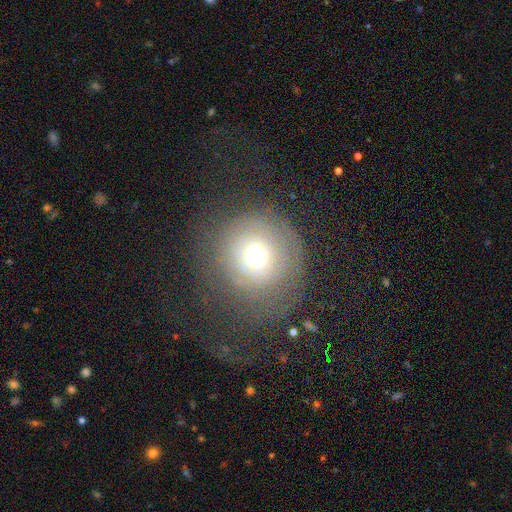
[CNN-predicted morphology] A smooth galaxy with no disk features (51%) that is round (92%). Merging: none (67%).